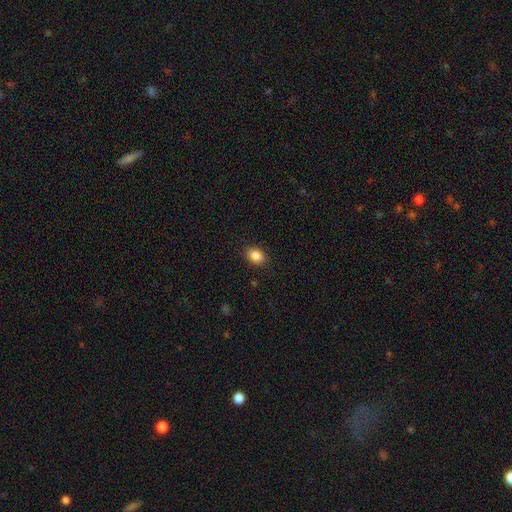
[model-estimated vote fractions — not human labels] smooth_or_featured: smooth (p=0.87) [alt: star or artifact p=0.09]
how_rounded: in between (p=0.68) [alt: round p=0.30]
merging: none (p=0.88) [alt: minor disturbance p=0.08]